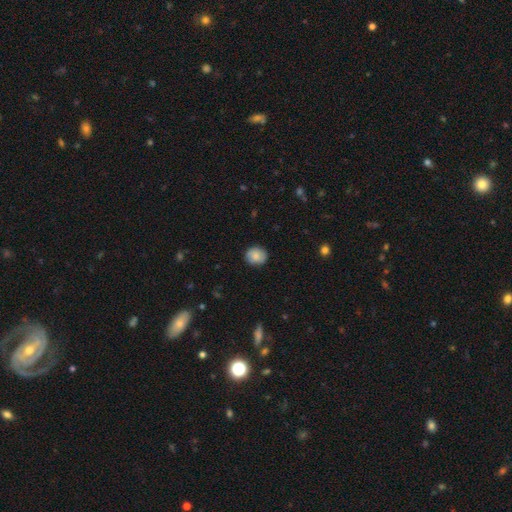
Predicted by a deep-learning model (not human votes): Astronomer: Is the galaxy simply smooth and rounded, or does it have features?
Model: smooth — 83%.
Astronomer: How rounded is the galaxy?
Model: round — 74%.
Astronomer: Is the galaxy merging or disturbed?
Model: none — 85%.